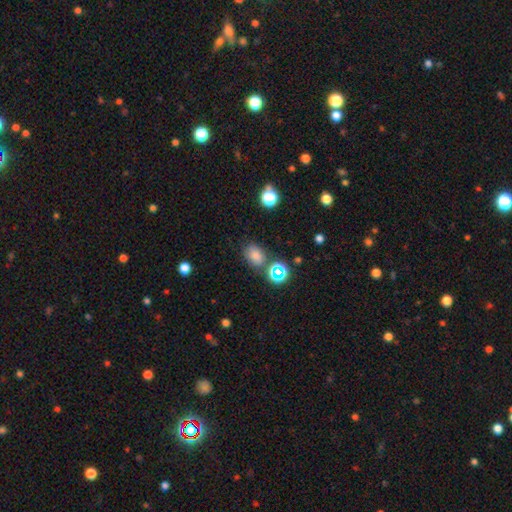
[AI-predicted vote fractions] smooth_or_featured: smooth (p=0.74) [alt: star or artifact p=0.19]
how_rounded: in between (p=0.64) [alt: round p=0.34]
merging: none (p=0.69) [alt: minor disturbance p=0.17]